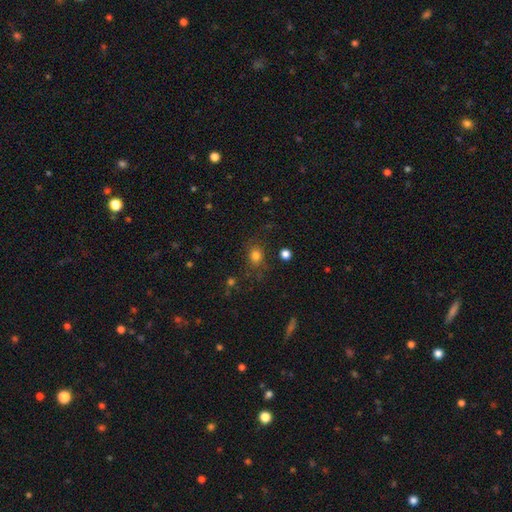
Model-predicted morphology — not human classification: Q: Smooth or featured?
A: smooth (78%); runner-up: star or artifact (14%)
Q: How rounded?
A: round (60%); runner-up: in between (39%)
Q: Merging?
A: none (75%); runner-up: minor disturbance (15%)